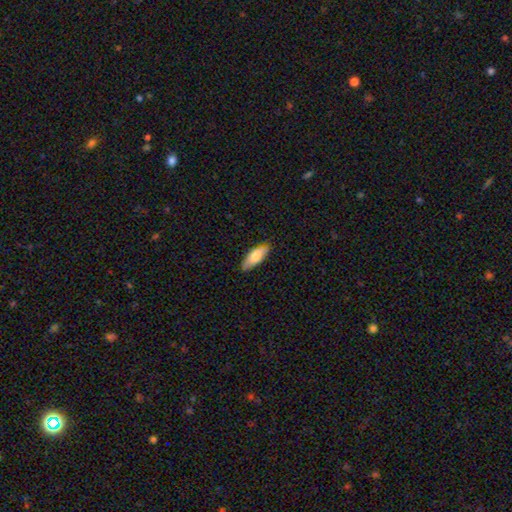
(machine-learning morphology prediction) Smooth or featured? Predicted: smooth (p=0.76). How rounded? Predicted: in between (p=0.69). Merging? Predicted: none (p=0.84).